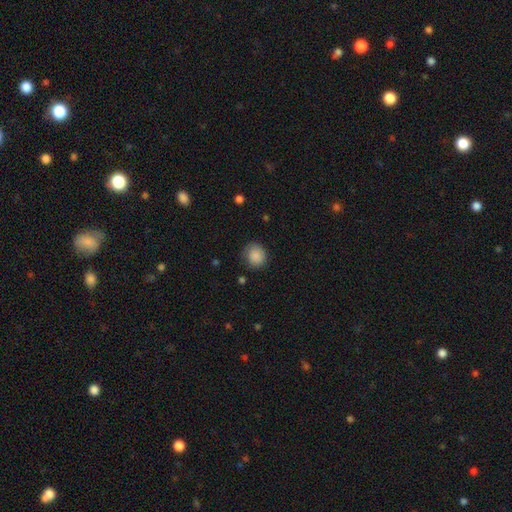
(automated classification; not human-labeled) Overall: smooth (87%). How rounded: round (78%). Merging: none (76%).